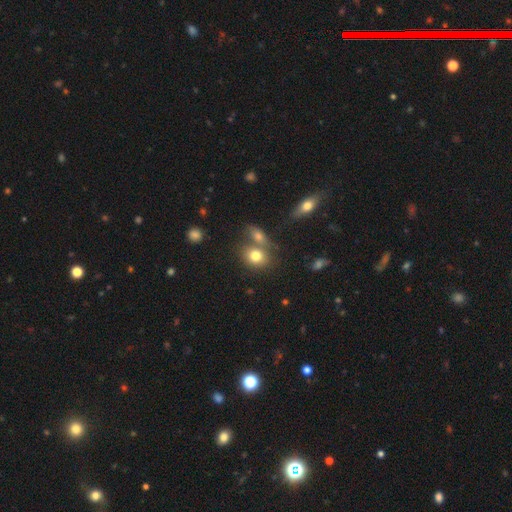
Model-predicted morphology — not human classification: This appears to be a smooth galaxy with no disk features (78%) that is in between round and cigar-shaped (50%). Merging: none (48%).